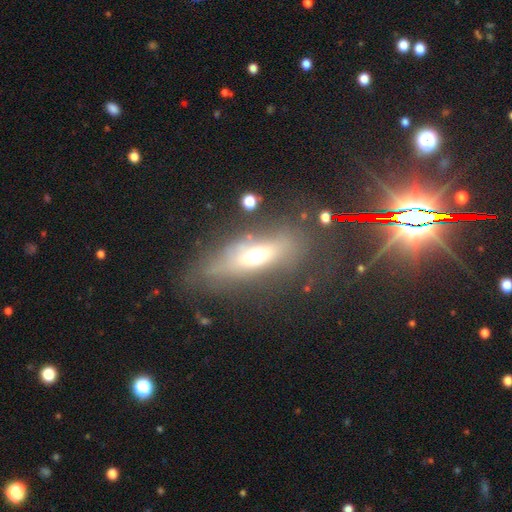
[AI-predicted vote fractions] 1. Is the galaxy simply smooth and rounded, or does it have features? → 47% smooth, 41% featured or disk, 12% star or artifact.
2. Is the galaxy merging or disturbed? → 54% none, 21% minor disturbance, 20% major disturbance, 5% merger.